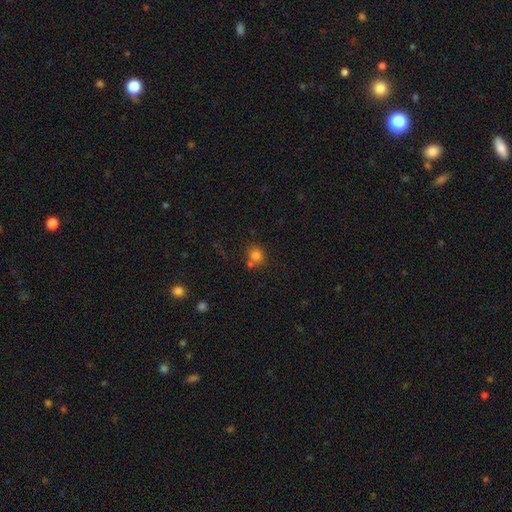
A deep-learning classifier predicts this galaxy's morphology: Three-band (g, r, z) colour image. It shows a smooth galaxy with no disk features (78%) that is round (83%). Merging: none (60%).